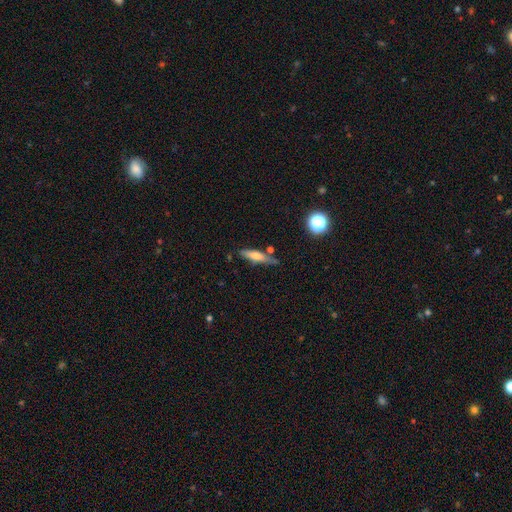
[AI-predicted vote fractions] smooth-or-featured: smooth: 59% | featured or disk: 32% | star or artifact: 9%
  how-rounded: cigar-shaped: 74% | in between: 23% | round: 2%
  merging: none: 65% | minor disturbance: 21% | merger: 8% | major disturbance: 5%